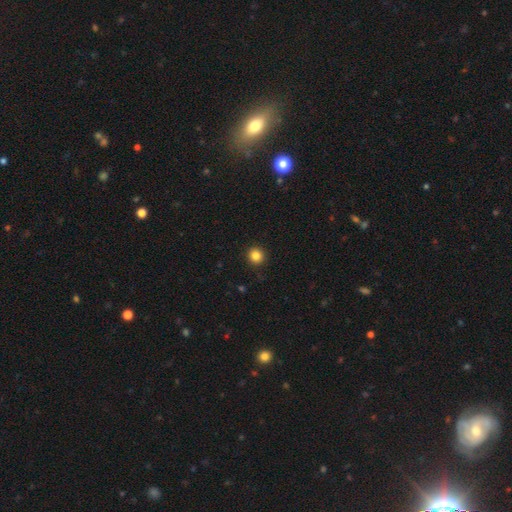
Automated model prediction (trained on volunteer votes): Smooth or featured?
  - smooth: 84% *
  - star or artifact: 12%
  - featured or disk: 4%
How rounded?
  - round: 94% *
  - in between: 6%
  - cigar-shaped: 1%
Merging?
  - none: 92% *
  - minor disturbance: 5%
  - major disturbance: 2%
  - merger: 1%